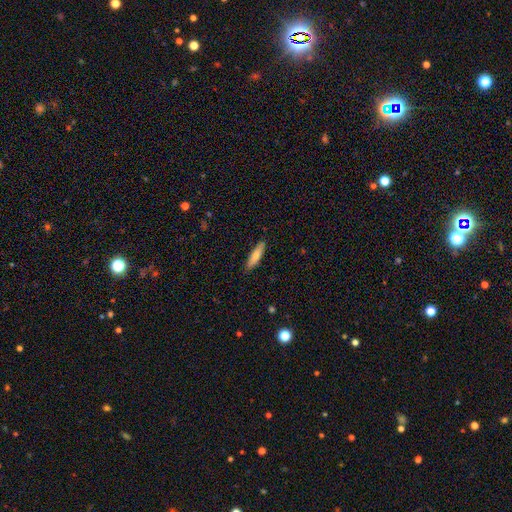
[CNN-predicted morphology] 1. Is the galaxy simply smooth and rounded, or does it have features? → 76% smooth, 18% featured or disk, 6% star or artifact.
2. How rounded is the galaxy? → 74% cigar-shaped, 24% in between, 2% round.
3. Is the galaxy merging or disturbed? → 88% none, 9% minor disturbance, 2% major disturbance, 1% merger.